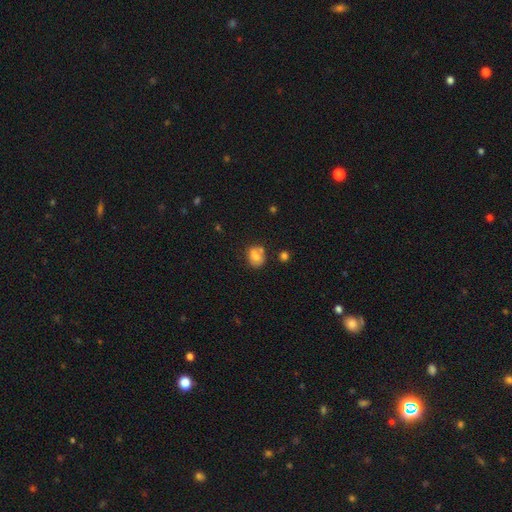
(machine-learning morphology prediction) Q: Smooth or featured?
A: smooth (66%); runner-up: featured or disk (23%)
Q: How rounded?
A: round (58%); runner-up: in between (41%)
Q: Merging?
A: none (49%); runner-up: merger (25%)